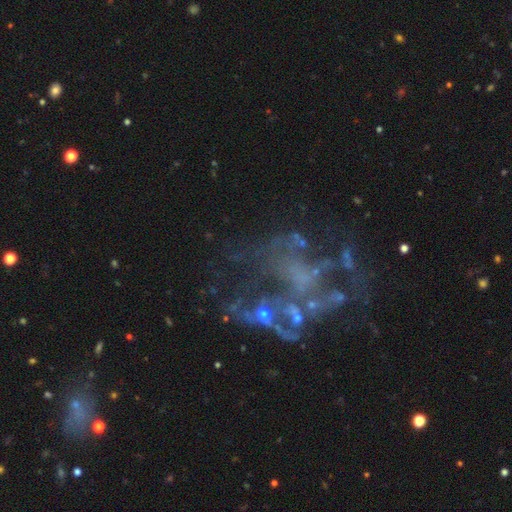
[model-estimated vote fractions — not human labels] This is likely a featured or disk galaxy (65%). It is clearly not viewed edge-on (97%). Bar: likely no (79%). Spiral arm pattern: likely no (68%). Central bulge: likely none (73%). Merging: marginally none (40%).